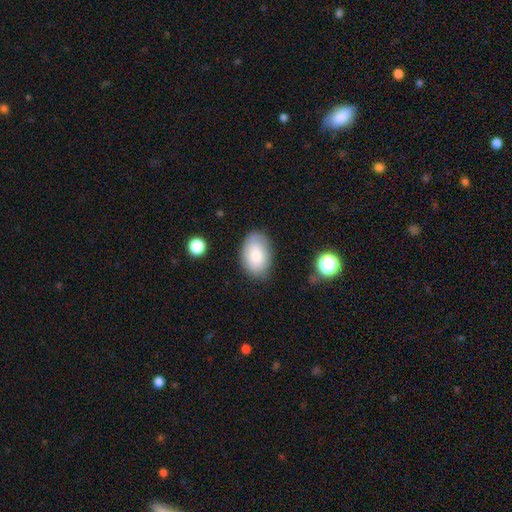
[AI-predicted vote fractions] Smooth or featured?
  - smooth: 80% *
  - featured or disk: 13%
  - star or artifact: 7%
How rounded?
  - in between: 88% *
  - round: 11%
  - cigar-shaped: 1%
Merging?
  - none: 81% *
  - minor disturbance: 14%
  - major disturbance: 3%
  - merger: 2%